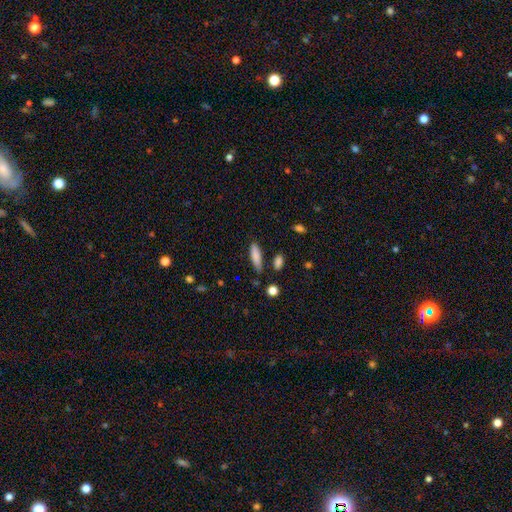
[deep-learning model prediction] smooth-or-featured: smooth: 84% | featured or disk: 9% | star or artifact: 7%
  how-rounded: cigar-shaped: 62% | in between: 36% | round: 2%
  merging: none: 76% | minor disturbance: 16% | merger: 4% | major disturbance: 3%